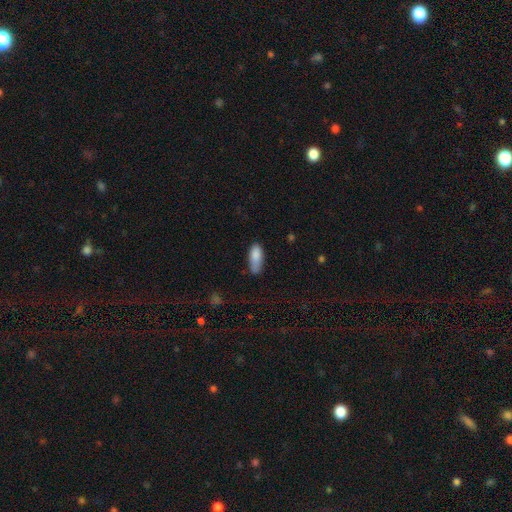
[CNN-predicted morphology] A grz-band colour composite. It shows a smooth galaxy with no disk features (85%) that is in between round and cigar-shaped (73%). Merging: none (57%).